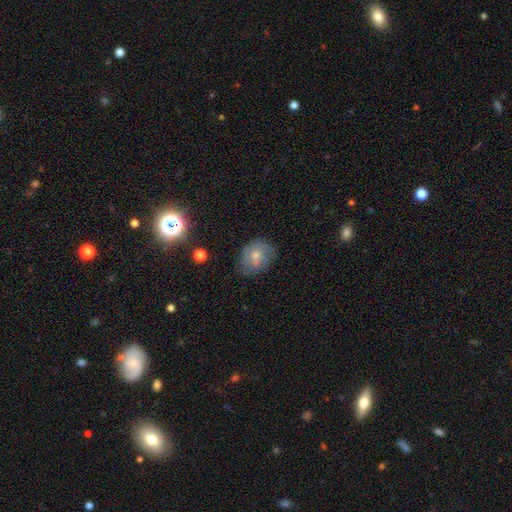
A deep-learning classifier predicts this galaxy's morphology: A smooth galaxy with no disk features (71%) that is in between round and cigar-shaped (52%). Merging: none (62%).